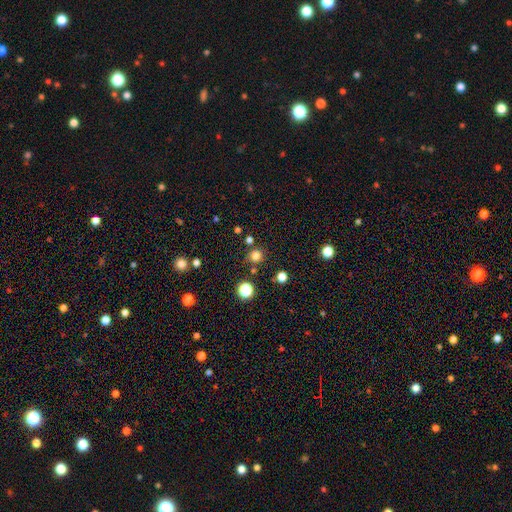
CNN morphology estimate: Smooth or featured: smooth — 77% (star or artifact — 18%)
How rounded: round — 92% (in between — 7%)
Merging: none — 83% (minor disturbance — 8%)